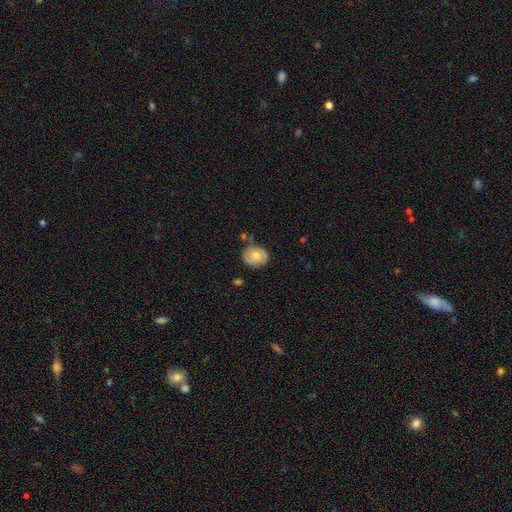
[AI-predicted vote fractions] Smooth or featured? Predicted: smooth (p=0.60). How rounded? Predicted: round (p=0.62). Merging? Predicted: none (p=0.68).